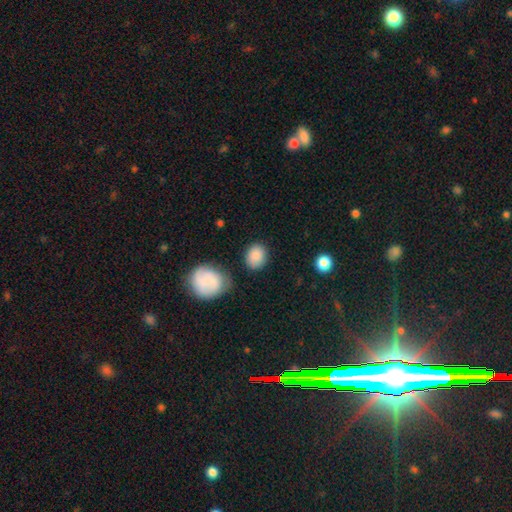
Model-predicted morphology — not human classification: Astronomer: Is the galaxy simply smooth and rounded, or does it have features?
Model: smooth — 85%.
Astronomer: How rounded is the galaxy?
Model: round — 56% (runner-up: in between, 43%).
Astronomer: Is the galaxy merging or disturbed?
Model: none — 75%.